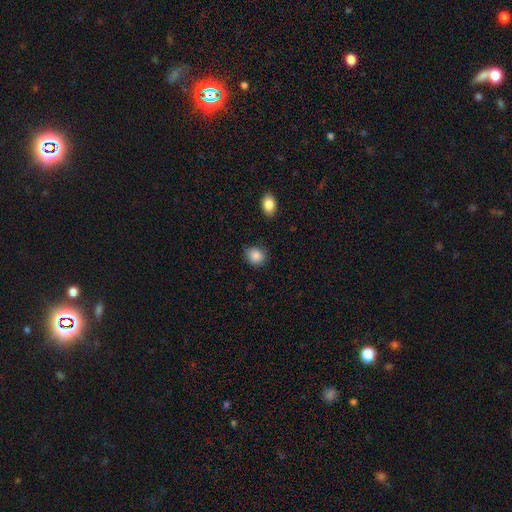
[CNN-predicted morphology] Smooth or featured: smooth — 87% (star or artifact — 8%)
How rounded: round — 72% (in between — 27%)
Merging: none — 82% (minor disturbance — 13%)